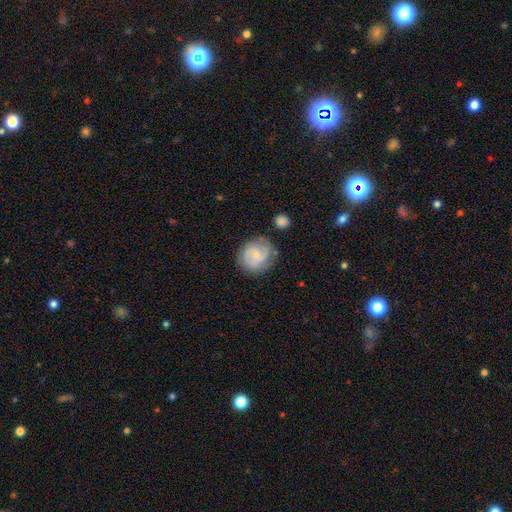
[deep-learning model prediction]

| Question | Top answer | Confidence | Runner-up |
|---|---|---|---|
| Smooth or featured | featured or disk | 67% | smooth (26%) |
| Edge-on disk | no | 98% | yes (2%) |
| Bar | no | 59% | weak (37%) |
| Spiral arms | yes | 93% | no (7%) |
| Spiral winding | medium | 43% | tied: tight (43%) |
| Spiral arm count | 2 | 62% | can't tell (15%) |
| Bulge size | small | 71% | moderate (19%) |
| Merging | none | 74% | minor disturbance (17%) |